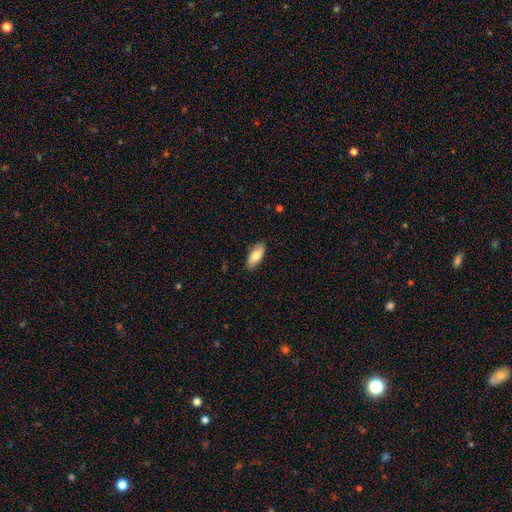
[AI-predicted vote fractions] Morphology: type=smooth (77%); roundness=in between (82%); merging=none (86%).